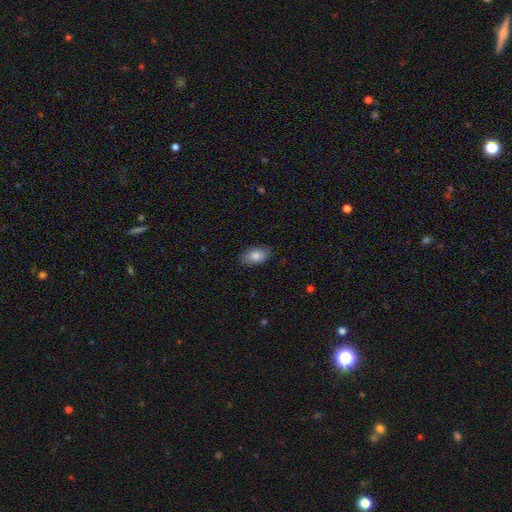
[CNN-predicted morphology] This is clearly a smooth galaxy (83%). How rounded: clearly in between (91%). Merging: clearly none (83%).